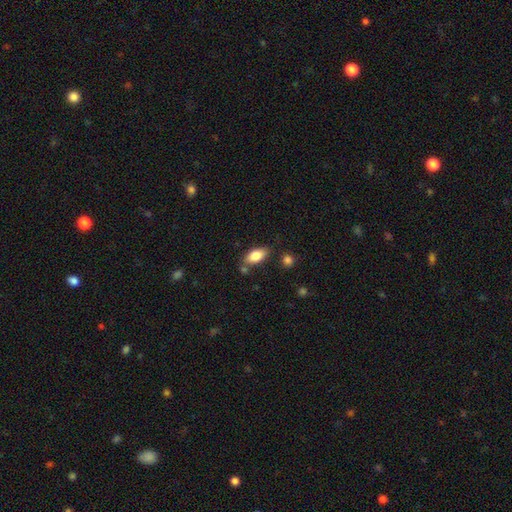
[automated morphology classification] A smooth galaxy with no disk features (82%) that is in between round and cigar-shaped (90%). Merging: none (73%).